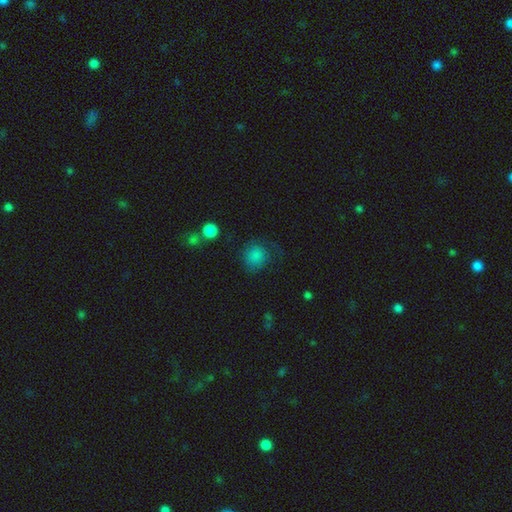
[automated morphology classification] smooth-or-featured: smooth: 80% | star or artifact: 10% | featured or disk: 9%
  how-rounded: round: 84% | in between: 15% | cigar-shaped: 1%
  merging: none: 61% | minor disturbance: 21% | major disturbance: 16% | merger: 3%